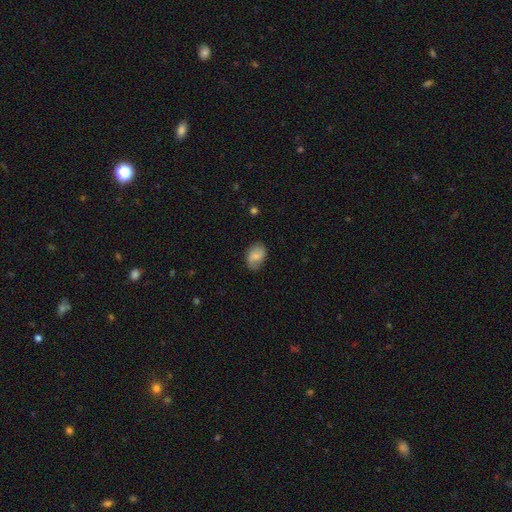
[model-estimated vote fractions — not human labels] This is likely a smooth galaxy (65%). How rounded: clearly in between (81%). Merging: likely none (72%).